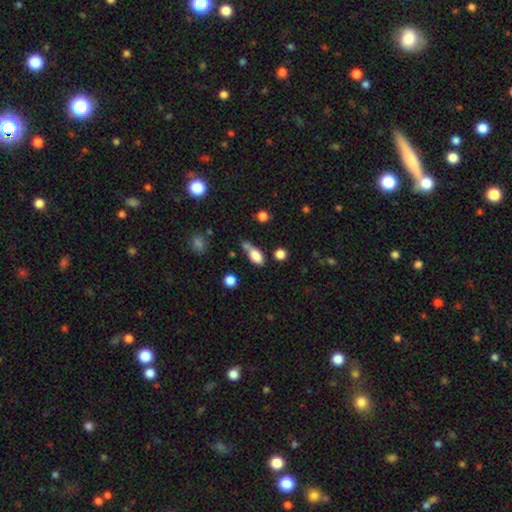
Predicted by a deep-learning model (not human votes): A smooth galaxy with no disk features (82%) that is in between round and cigar-shaped (83%).

Vote fractions:
- Smooth or featured? smooth: 82% / star or artifact: 9% / featured or disk: 9%
- How rounded? in between: 83% / cigar-shaped: 11% / round: 6%
- Merging? none: 45% / merger: 26% / minor disturbance: 20% / major disturbance: 8%